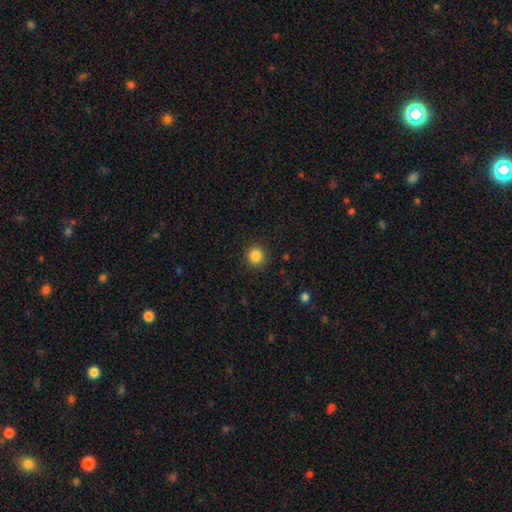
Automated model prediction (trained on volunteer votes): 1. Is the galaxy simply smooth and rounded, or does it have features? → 85% smooth, 11% star or artifact, 4% featured or disk.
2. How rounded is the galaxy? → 93% round, 6% in between, 1% cigar-shaped.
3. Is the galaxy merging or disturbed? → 91% none, 6% minor disturbance, 2% major disturbance, 1% merger.